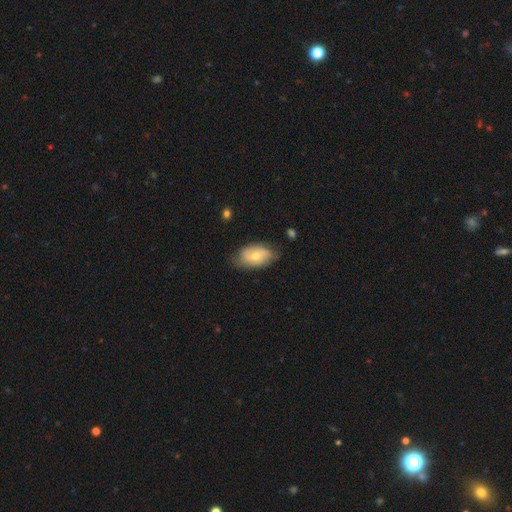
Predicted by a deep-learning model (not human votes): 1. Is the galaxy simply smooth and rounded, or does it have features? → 52% smooth, 42% featured or disk, 6% star or artifact.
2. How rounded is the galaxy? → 90% in between, 8% round, 2% cigar-shaped.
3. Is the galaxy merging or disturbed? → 68% none, 25% minor disturbance, 5% major disturbance, 1% merger.